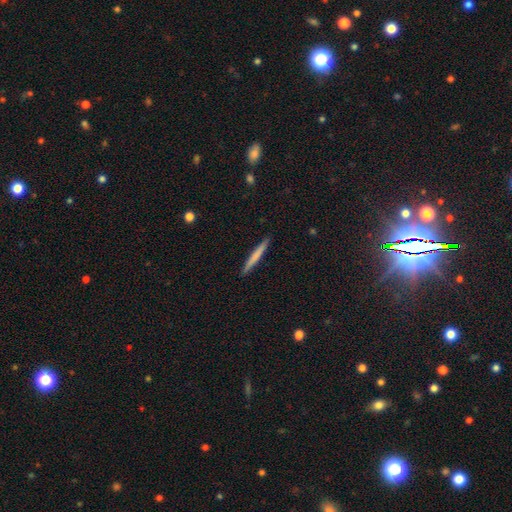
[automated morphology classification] Q: Smooth or featured?
A: smooth (66%); runner-up: featured or disk (28%)
Q: How rounded?
A: cigar-shaped (97%); runner-up: in between (2%)
Q: Merging?
A: none (91%); runner-up: minor disturbance (6%)